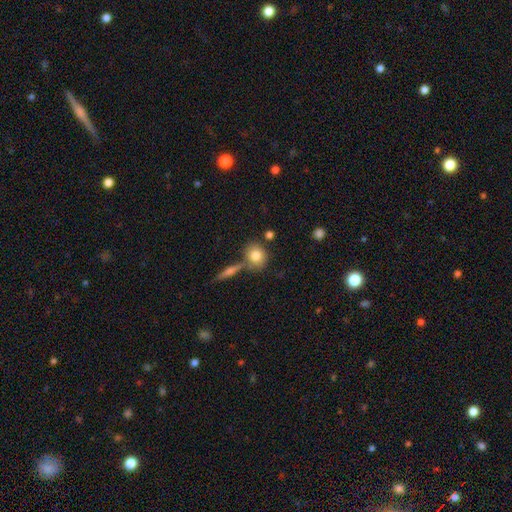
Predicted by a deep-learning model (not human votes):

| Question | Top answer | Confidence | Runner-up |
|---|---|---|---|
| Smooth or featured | smooth | 77% | featured or disk (14%) |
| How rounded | round | 72% | in between (25%) |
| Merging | none | 64% | merger (20%) |